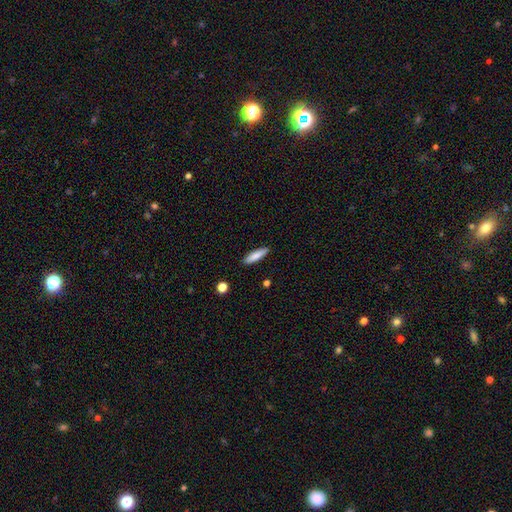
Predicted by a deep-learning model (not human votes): The model was most divided on "how rounded": cigar-shaped: 69%, in between: 30%, round: 2%. More confident: merging — none (90%); smooth or featured — smooth (83%).